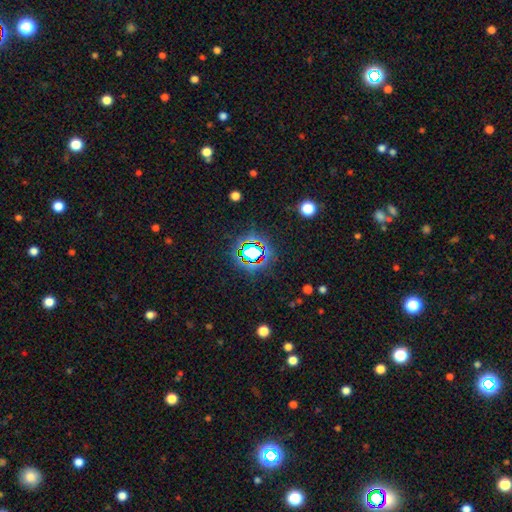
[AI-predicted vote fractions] star or artifact 70%, smooth 19%, featured or disk 12%.